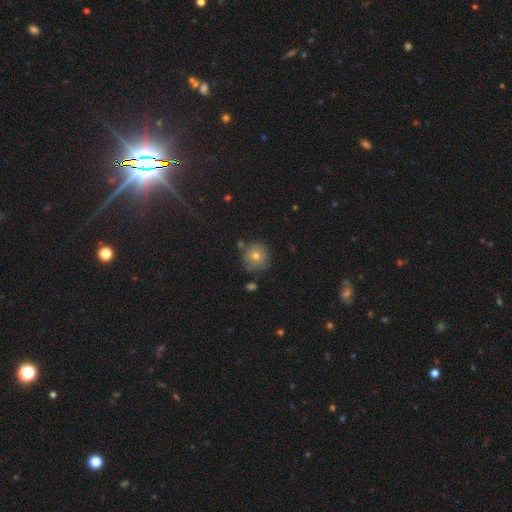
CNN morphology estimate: The model was most divided on "smooth or featured": smooth: 76%, featured or disk: 13%, star or artifact: 11%. More confident: how rounded — round (94%); merging — none (79%).